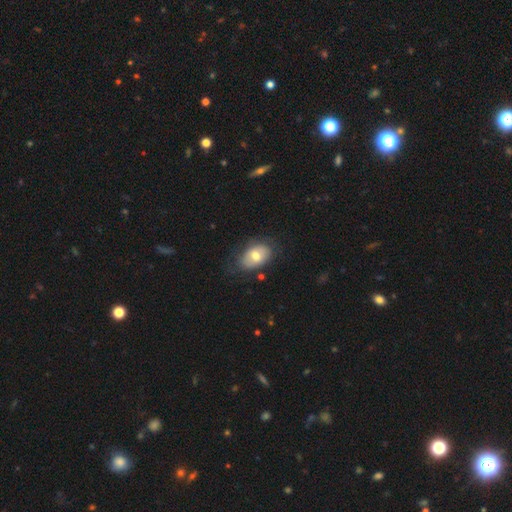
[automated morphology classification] The model was most divided on "smooth or featured": smooth: 67%, featured or disk: 26%, star or artifact: 7%. More confident: how rounded — in between (86%); merging — none (67%).